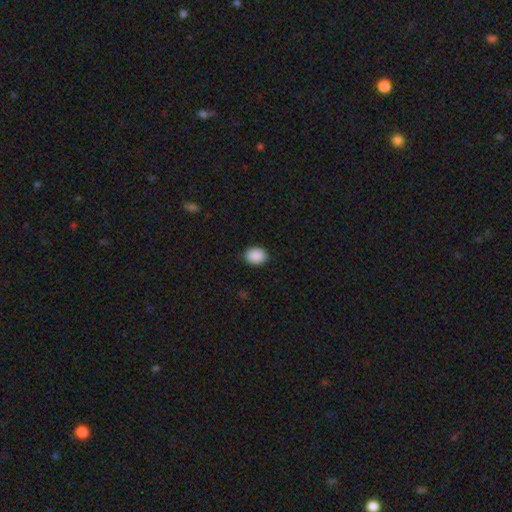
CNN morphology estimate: Overall: smooth (90%). How rounded: in between (64%; round 35%). Merging: none (89%).